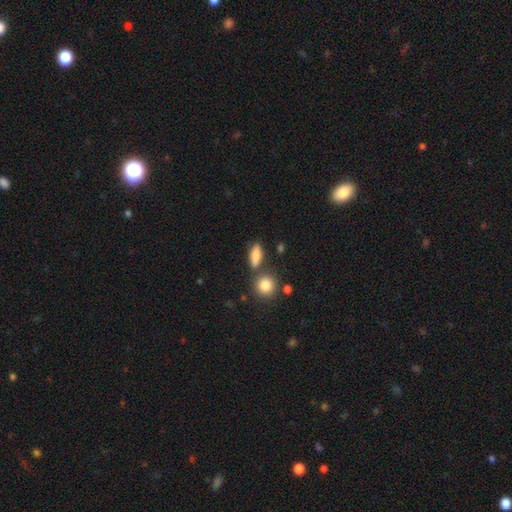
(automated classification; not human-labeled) Smooth or featured? Predicted: smooth (p=0.82). How rounded? Predicted: in between (p=0.63). Merging? Predicted: none (p=0.72).